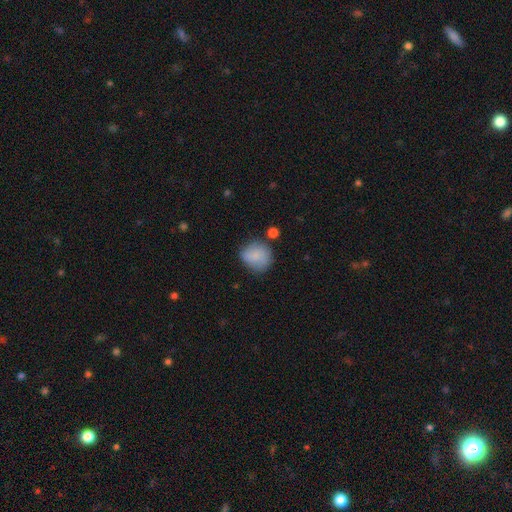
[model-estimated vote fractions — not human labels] Smooth or featured? Predicted: smooth (p=0.80). How rounded? Predicted: round (p=0.81). Merging? Predicted: none (p=0.64).